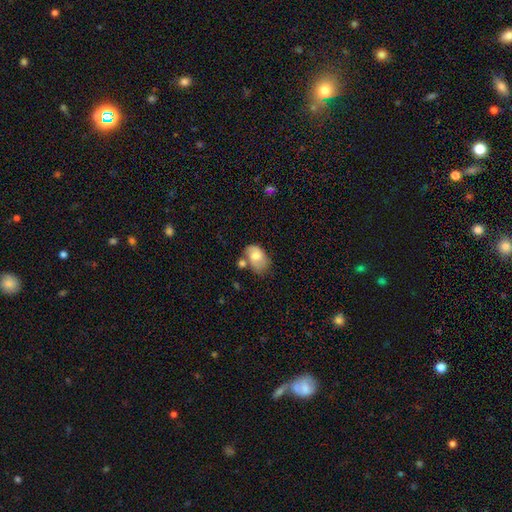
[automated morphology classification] Overall: smooth (62%; featured or disk 31%). How rounded: in between (83%). Merging: none (40%; minor disturbance 27%).